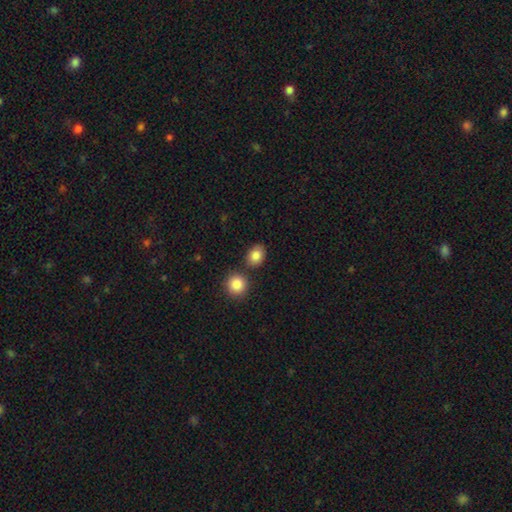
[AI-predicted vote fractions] smooth-or-featured: smooth: 84% | star or artifact: 9% | featured or disk: 7%
  how-rounded: in between: 55% | round: 44% | cigar-shaped: 1%
  merging: none: 75% | merger: 12% | minor disturbance: 11% | major disturbance: 3%